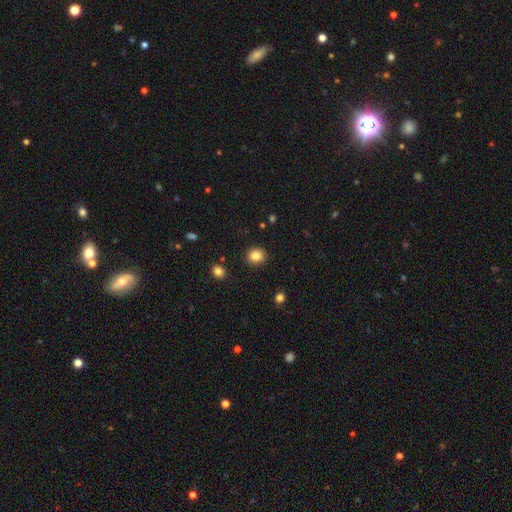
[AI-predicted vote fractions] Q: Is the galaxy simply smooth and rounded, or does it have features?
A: smooth — 84%.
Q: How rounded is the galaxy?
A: round — 81%.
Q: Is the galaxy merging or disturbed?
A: none — 90%.